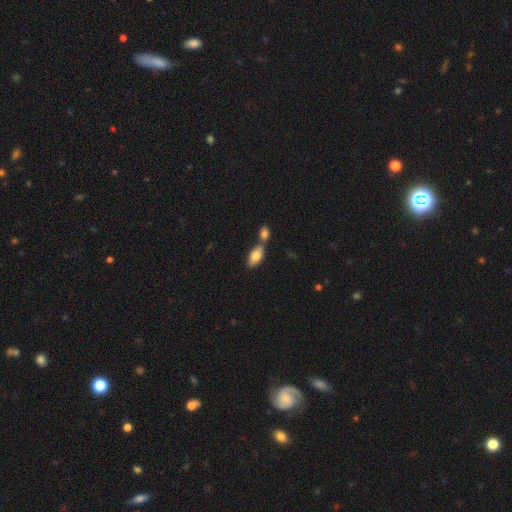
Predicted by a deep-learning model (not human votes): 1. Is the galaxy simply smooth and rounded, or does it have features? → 81% smooth, 13% featured or disk, 7% star or artifact.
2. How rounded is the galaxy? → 91% in between, 6% cigar-shaped, 4% round.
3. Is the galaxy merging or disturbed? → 45% none, 42% merger, 10% minor disturbance, 3% major disturbance.